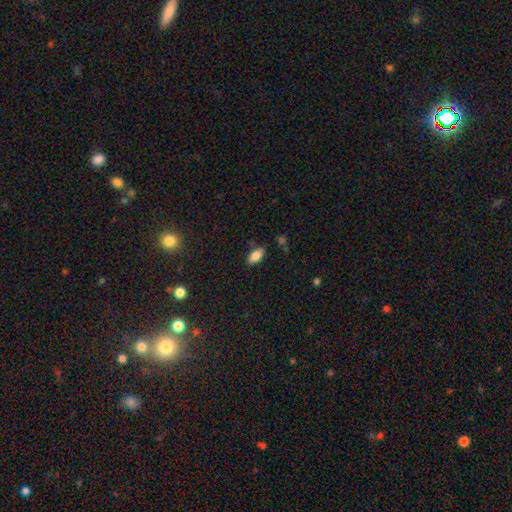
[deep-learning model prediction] Overall: smooth (85%). How rounded: in between (91%). Merging: none (82%).